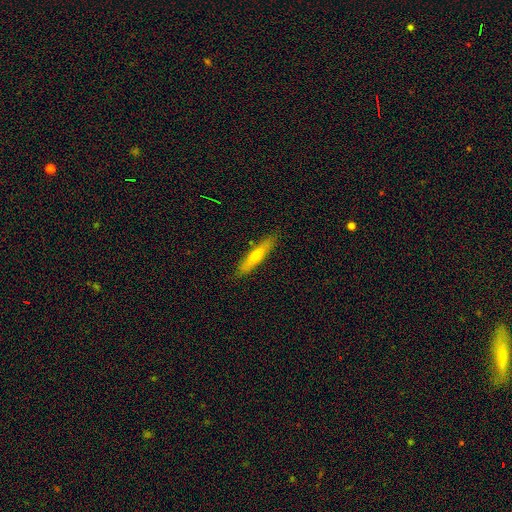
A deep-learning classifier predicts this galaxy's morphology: smooth 54%, featured or disk 39%, star or artifact 6%. Down the decision tree: how rounded — cigar-shaped (91%); merging — none (89%).